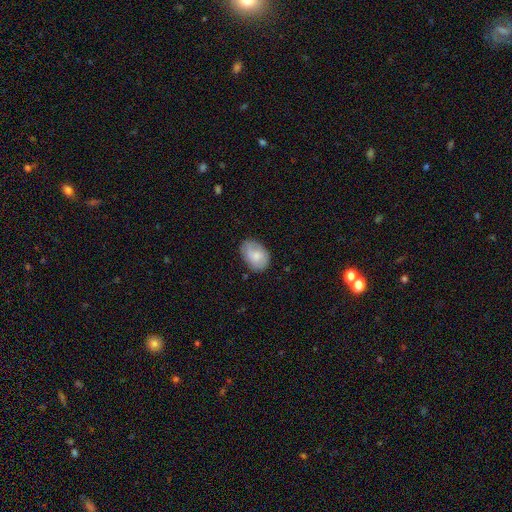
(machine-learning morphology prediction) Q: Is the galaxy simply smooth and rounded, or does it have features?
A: smooth — 71%.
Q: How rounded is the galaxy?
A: in between — 83%.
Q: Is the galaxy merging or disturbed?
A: none — 70%.